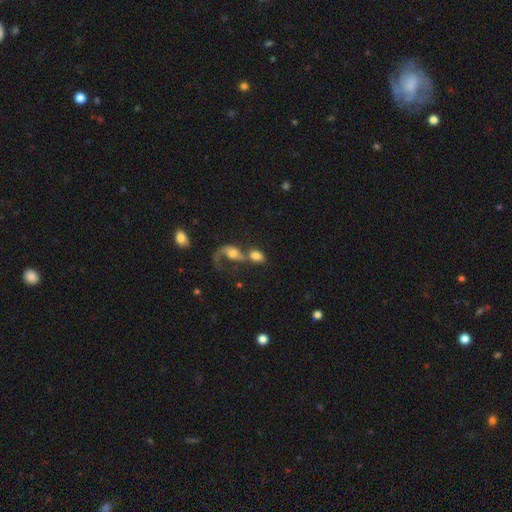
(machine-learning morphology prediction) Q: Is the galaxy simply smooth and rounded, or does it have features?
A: smooth — 60%.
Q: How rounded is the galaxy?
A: in between — 72%.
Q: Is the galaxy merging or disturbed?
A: merger — 70%.